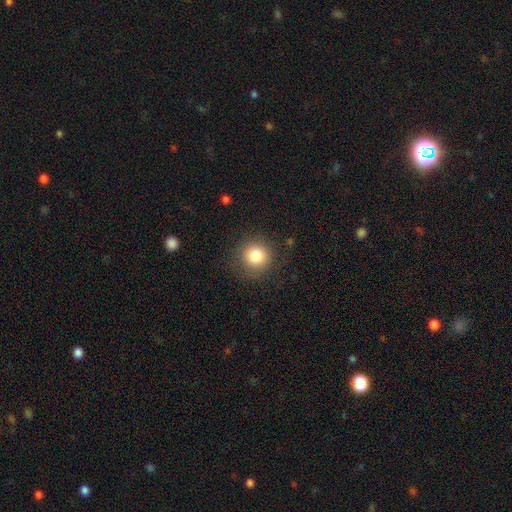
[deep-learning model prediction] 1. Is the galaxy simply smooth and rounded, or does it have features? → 82% smooth, 11% star or artifact, 8% featured or disk.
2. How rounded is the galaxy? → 92% round, 7% in between, 1% cigar-shaped.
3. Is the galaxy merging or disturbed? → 84% none, 10% minor disturbance, 4% major disturbance, 1% merger.